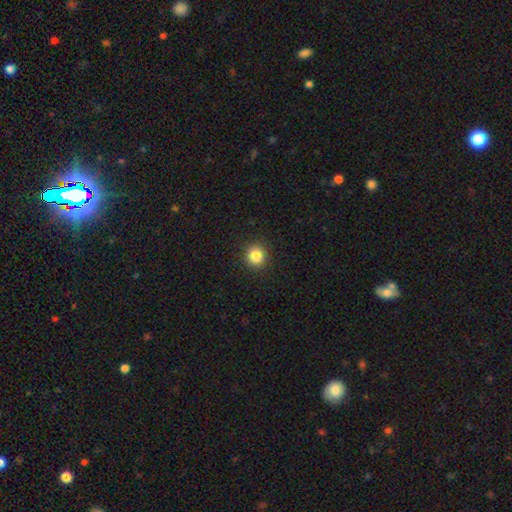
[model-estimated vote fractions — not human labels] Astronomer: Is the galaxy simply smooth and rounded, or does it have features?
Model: smooth — 85%.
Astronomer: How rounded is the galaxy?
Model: round — 90%.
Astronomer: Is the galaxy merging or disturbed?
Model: none — 91%.